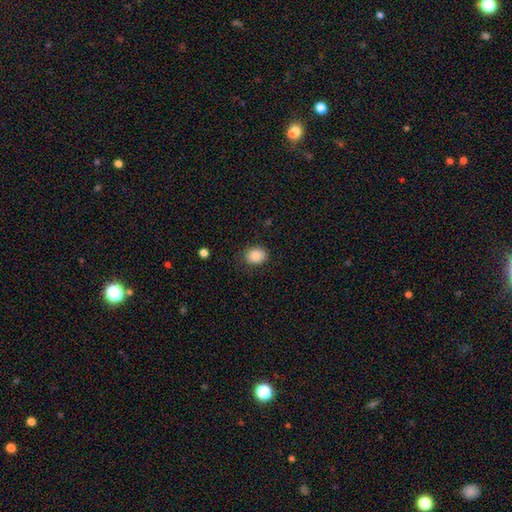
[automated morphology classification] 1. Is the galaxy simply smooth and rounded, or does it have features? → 84% smooth, 9% star or artifact, 7% featured or disk.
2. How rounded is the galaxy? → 52% in between, 48% round, 1% cigar-shaped.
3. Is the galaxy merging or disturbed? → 80% none, 15% minor disturbance, 4% major disturbance, 1% merger.